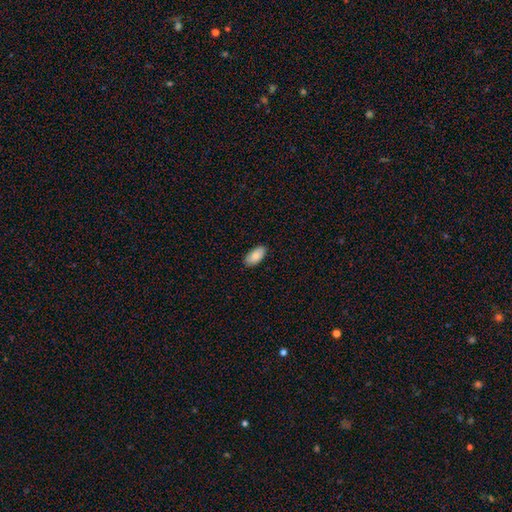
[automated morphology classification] This is clearly a smooth galaxy (85%). How rounded: clearly in between (95%). Merging: clearly none (86%).